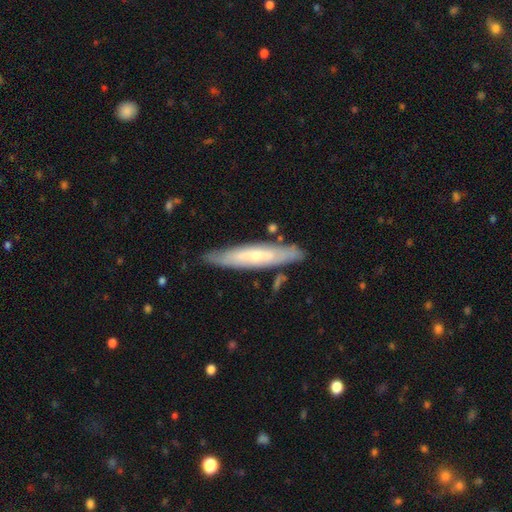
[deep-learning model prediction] Smooth or featured?
  - featured or disk: 53% *
  - smooth: 41%
  - star or artifact: 6%
Edge-on disk?
  - yes: 63% *
  - no: 37%
Merging?
  - none: 80% *
  - minor disturbance: 14%
  - merger: 3%
  - major disturbance: 3%